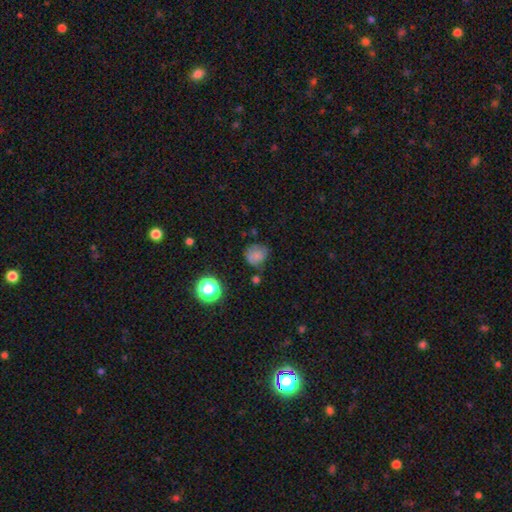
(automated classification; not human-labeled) Smooth or featured? Predicted: smooth (p=0.74). How rounded? Predicted: round (p=0.70). Merging? Predicted: none (p=0.56).